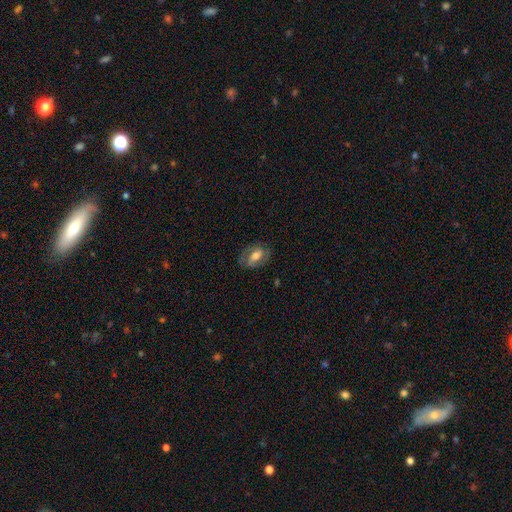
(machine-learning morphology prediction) This appears to be a featured or disk galaxy (51%). Merging: none (75%).